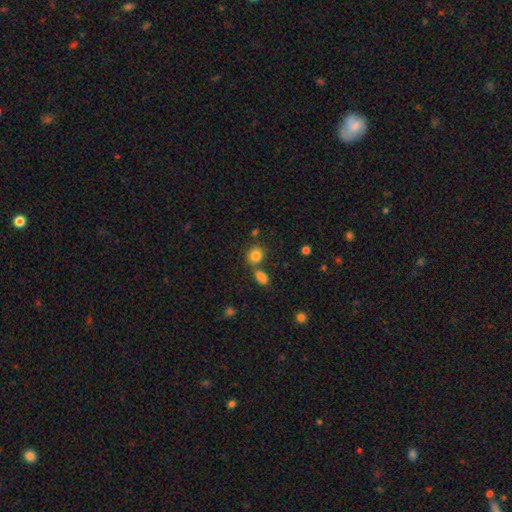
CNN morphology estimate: A smooth galaxy with no disk features (84%) that is round (71%).

Vote fractions:
- Smooth or featured? smooth: 84% / star or artifact: 10% / featured or disk: 6%
- How rounded? round: 71% / in between: 28% / cigar-shaped: 1%
- Merging? none: 62% / merger: 23% / minor disturbance: 11% / major disturbance: 4%